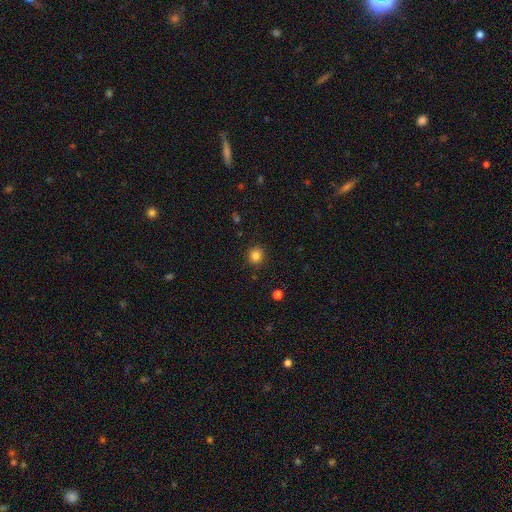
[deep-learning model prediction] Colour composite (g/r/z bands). It shows a smooth galaxy with no disk features (84%) that is round (89%). Merging: none (91%).